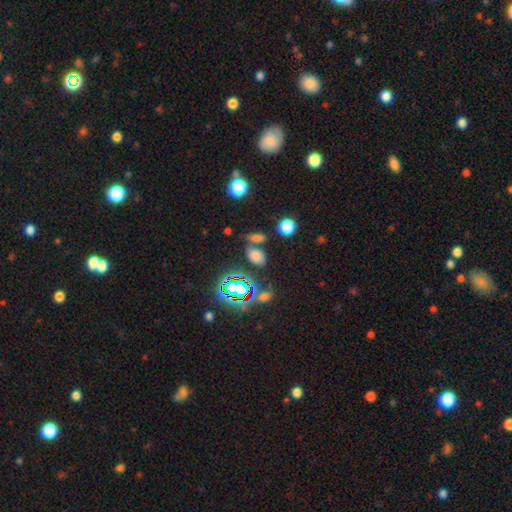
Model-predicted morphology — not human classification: Smooth or featured? smooth (62%)
How rounded? in between (81%)
Merging? none (59%)